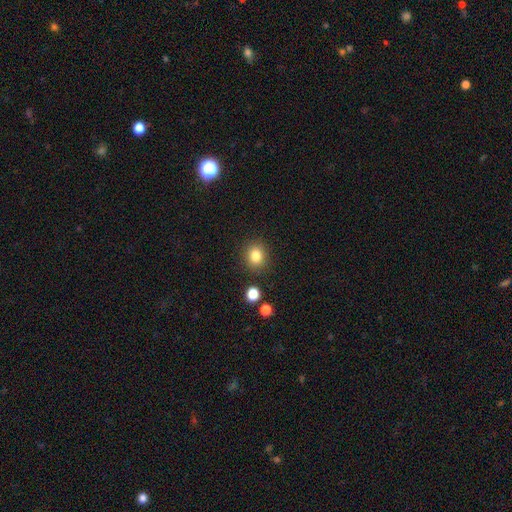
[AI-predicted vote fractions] Smooth or featured: smooth — 83% (star or artifact — 11%)
How rounded: round — 74% (in between — 25%)
Merging: none — 87% (minor disturbance — 8%)